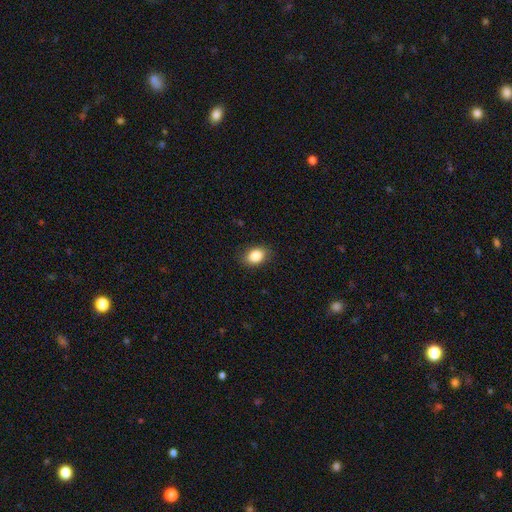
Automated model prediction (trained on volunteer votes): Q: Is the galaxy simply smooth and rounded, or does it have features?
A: smooth — 86%.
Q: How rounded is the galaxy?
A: in between — 74%.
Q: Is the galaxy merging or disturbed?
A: none — 87%.